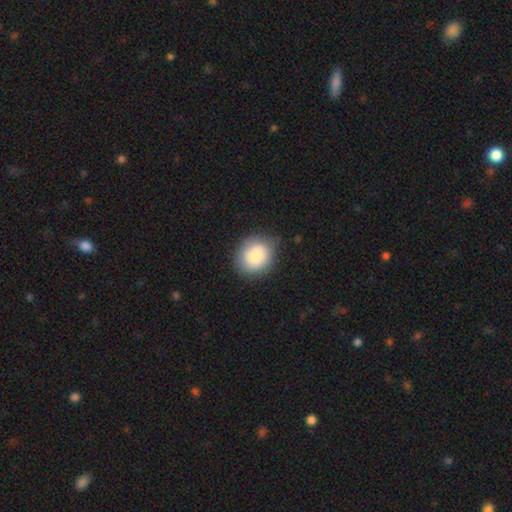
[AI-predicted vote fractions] Smooth or featured? smooth (86%)
How rounded? round (74%)
Merging? none (81%)